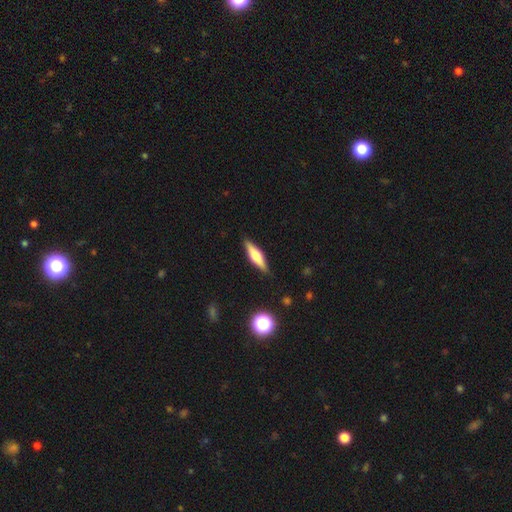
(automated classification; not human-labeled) A featured or disk galaxy (49%). Merging: none (88%).